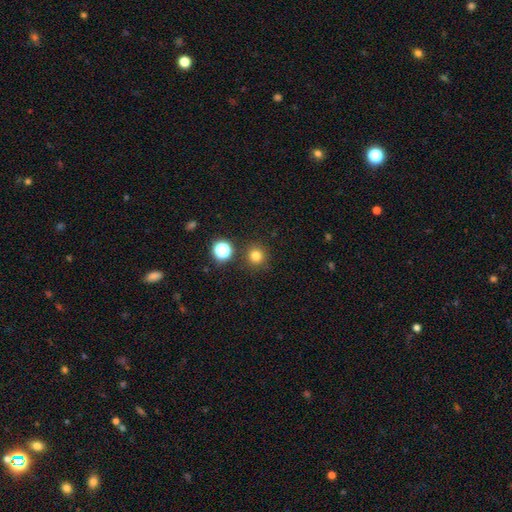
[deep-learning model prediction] A smooth galaxy with no disk features (79%) that is round (95%). Merging: none (88%).